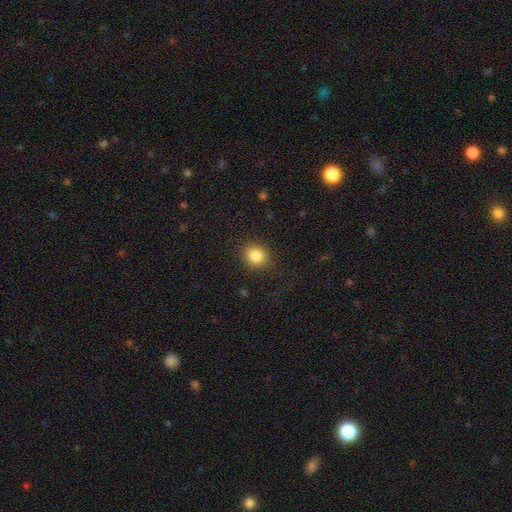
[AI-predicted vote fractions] Smooth or featured? smooth (84%)
How rounded? round (68%)
Merging? none (88%)